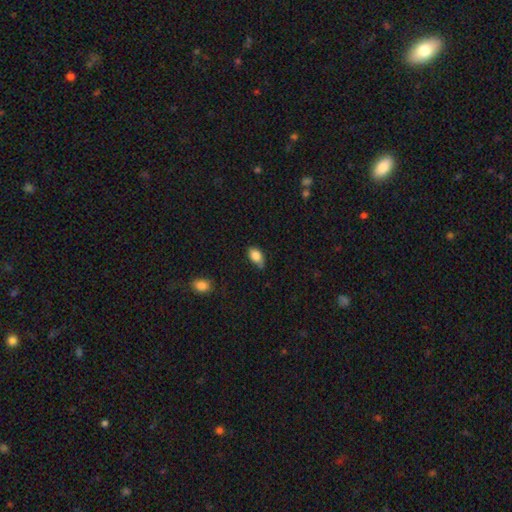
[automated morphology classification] A smooth galaxy with no disk features (85%) that is in between round and cigar-shaped (86%).

Vote fractions:
- Smooth or featured? smooth: 85% / star or artifact: 8% / featured or disk: 7%
- How rounded? in between: 86% / round: 12% / cigar-shaped: 2%
- Merging? none: 53% / minor disturbance: 37% / major disturbance: 7% / merger: 3%